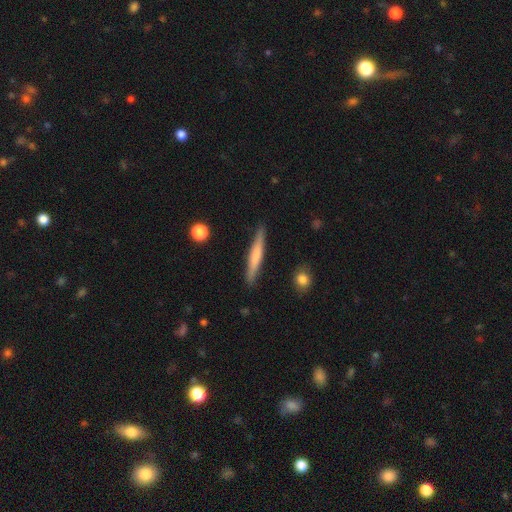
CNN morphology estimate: smooth 60%, featured or disk 35%, star or artifact 5%. Down the decision tree: how rounded — cigar-shaped (94%); merging — none (89%).